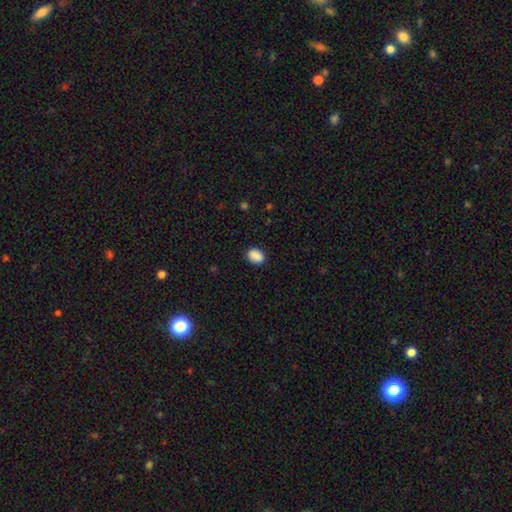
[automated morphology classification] Q: Smooth or featured?
A: smooth (89%); runner-up: star or artifact (8%)
Q: How rounded?
A: in between (68%); runner-up: round (31%)
Q: Merging?
A: none (87%); runner-up: minor disturbance (10%)